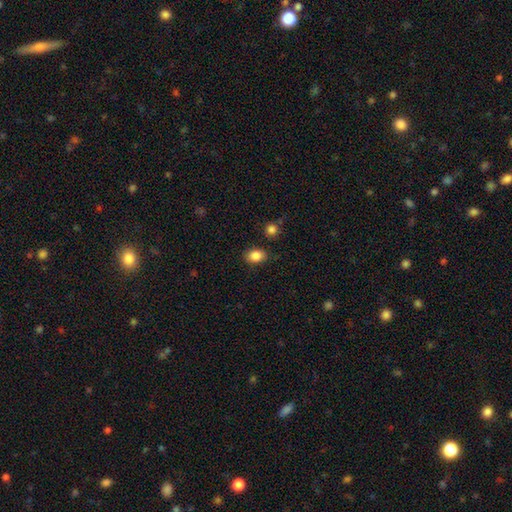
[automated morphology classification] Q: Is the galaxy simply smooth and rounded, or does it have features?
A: smooth — 87%.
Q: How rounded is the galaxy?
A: in between — 71%.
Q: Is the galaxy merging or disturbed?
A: none — 84%.